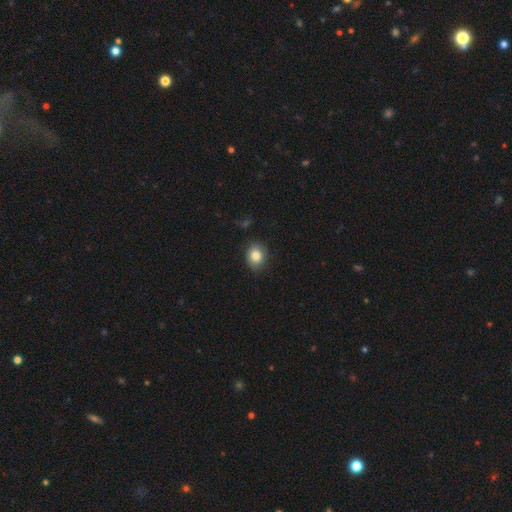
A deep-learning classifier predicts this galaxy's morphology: smooth-or-featured: smooth: 83% | star or artifact: 9% | featured or disk: 8%
  how-rounded: round: 50% | in between: 49% | cigar-shaped: 1%
  merging: none: 82% | minor disturbance: 14% | major disturbance: 3% | merger: 1%